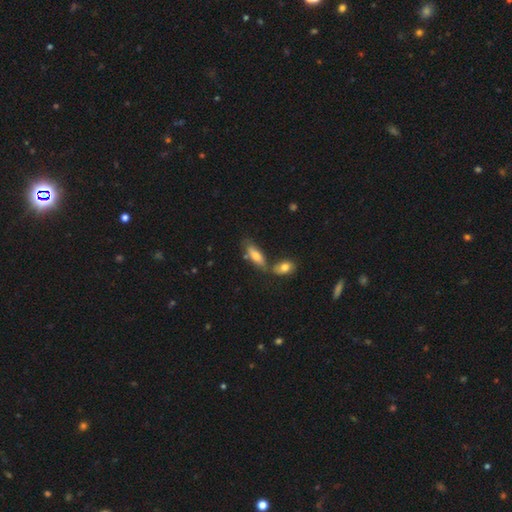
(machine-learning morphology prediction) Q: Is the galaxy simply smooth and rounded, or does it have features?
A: smooth — 64%.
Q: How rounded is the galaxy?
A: in between — 60%.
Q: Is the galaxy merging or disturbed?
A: none — 51%.